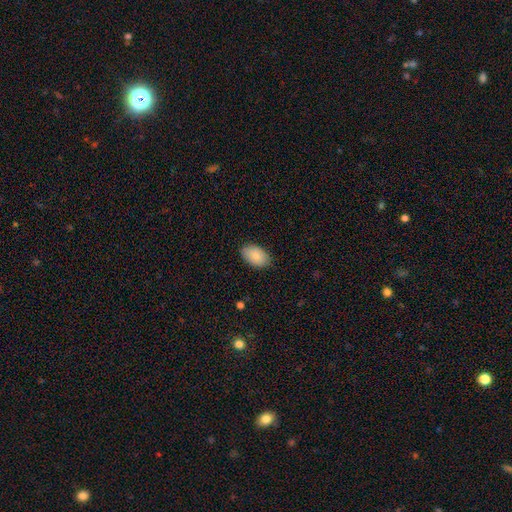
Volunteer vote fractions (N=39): smooth-or-featured: smooth: 97% | featured or disk: 3% | star or artifact: 0%
  how-rounded: in between: 95% | round: 5% | cigar-shaped: 0%
  merging: none: 87% | minor disturbance: 13% | major disturbance: 0% | merger: 0%